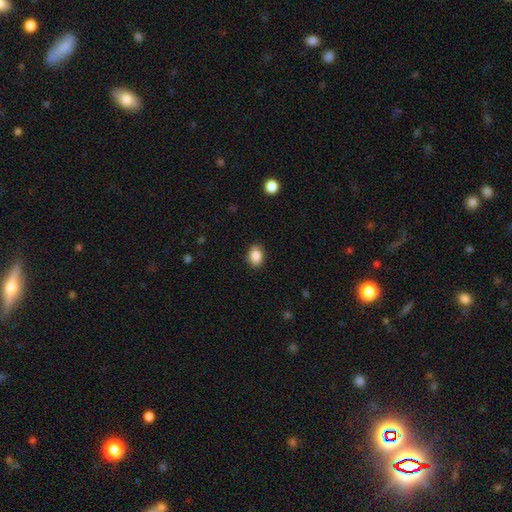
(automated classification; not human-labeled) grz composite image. It shows a smooth galaxy with no disk features (88%) that is in between round and cigar-shaped (67%). Merging: none (86%).